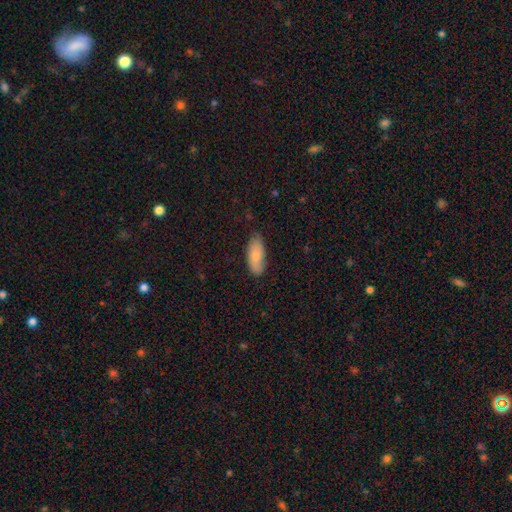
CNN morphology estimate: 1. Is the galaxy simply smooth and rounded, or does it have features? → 79% smooth, 15% featured or disk, 6% star or artifact.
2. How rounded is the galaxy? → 82% in between, 16% cigar-shaped, 2% round.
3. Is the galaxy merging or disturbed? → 73% none, 22% minor disturbance, 4% major disturbance, 1% merger.